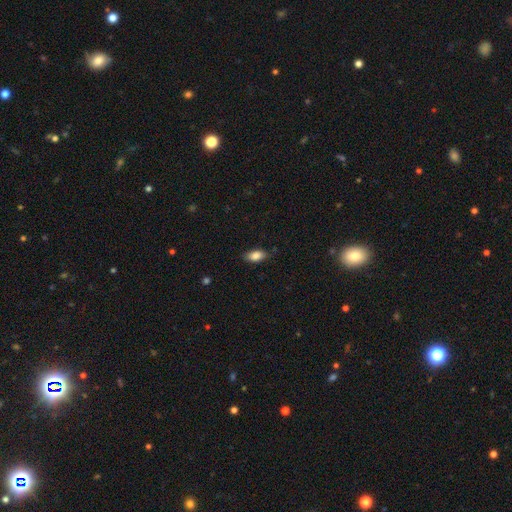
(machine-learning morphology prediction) Smooth or featured?
  - smooth: 84% *
  - featured or disk: 8%
  - star or artifact: 8%
How rounded?
  - in between: 89% *
  - cigar-shaped: 7%
  - round: 4%
Merging?
  - none: 81% *
  - minor disturbance: 15%
  - major disturbance: 3%
  - merger: 1%